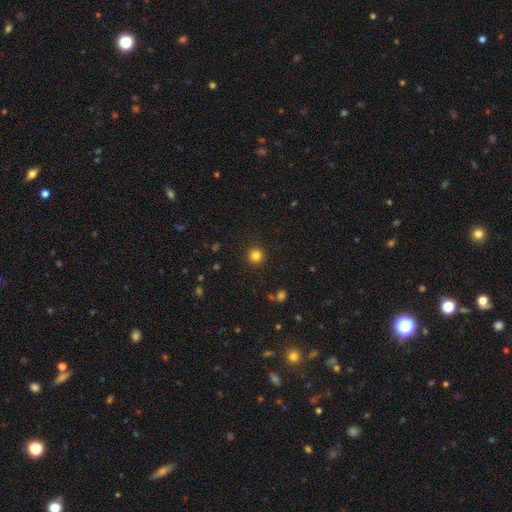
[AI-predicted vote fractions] Smooth or featured?
  - smooth: 82% *
  - star or artifact: 13%
  - featured or disk: 5%
How rounded?
  - round: 95% *
  - in between: 4%
  - cigar-shaped: 1%
Merging?
  - none: 92% *
  - minor disturbance: 5%
  - major disturbance: 2%
  - merger: 1%